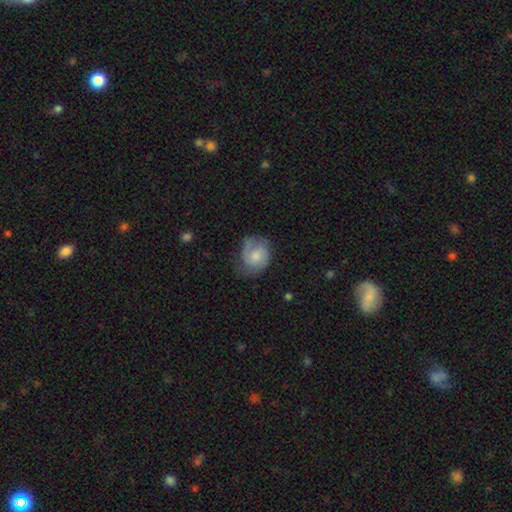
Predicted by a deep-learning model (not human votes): Morphology: type=featured or disk (57%); edge-on=no (98%); bar=no (65%); spiral arms=yes (89%); bulge=moderate (40%); merging=none (60%).